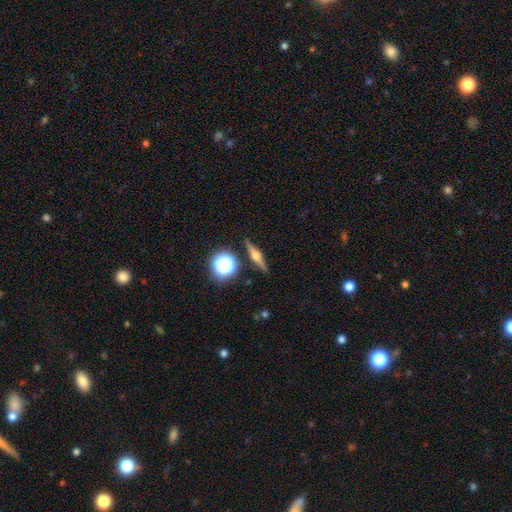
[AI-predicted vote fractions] A featured or disk galaxy (72%) viewed edge-on (97%) with a rounded central bulge (94%).

Vote fractions:
- Smooth or featured? featured or disk: 72% / smooth: 19% / star or artifact: 9%
- Edge-on disk? yes: 97% / no: 3%
- Edge-on bulge? rounded: 94% / boxy: 4% / none: 2%
- Merging? none: 89% / minor disturbance: 7% / major disturbance: 2% / merger: 2%